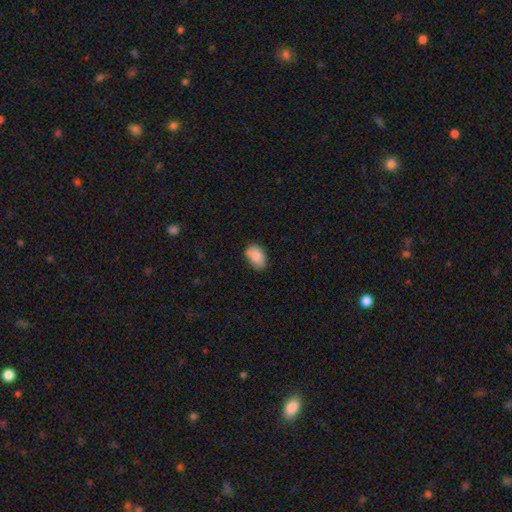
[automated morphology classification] smooth_or_featured: smooth (p=0.87) [alt: star or artifact p=0.07]
how_rounded: in between (p=0.90) [alt: round p=0.09]
merging: none (p=0.68) [alt: minor disturbance p=0.25]